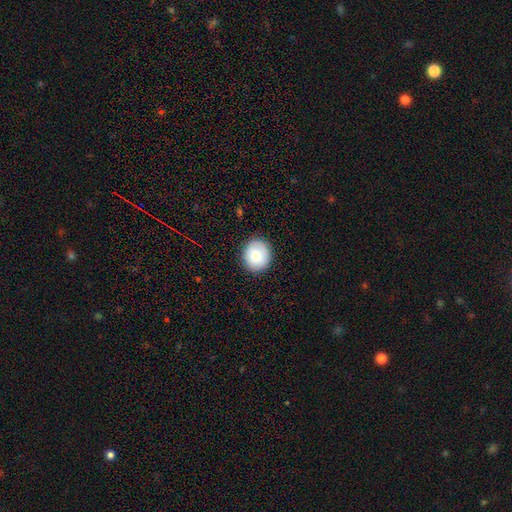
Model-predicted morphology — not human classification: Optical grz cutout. It shows a smooth galaxy with no disk features (78%) that is round (81%). Merging: none (89%).